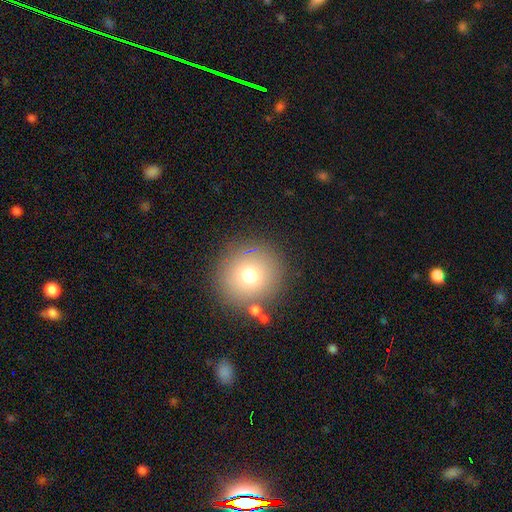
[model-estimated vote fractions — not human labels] smooth-or-featured: smooth: 70% | star or artifact: 15% | featured or disk: 14%
  how-rounded: round: 91% | in between: 8% | cigar-shaped: 1%
  merging: none: 84% | minor disturbance: 8% | merger: 4% | major disturbance: 3%